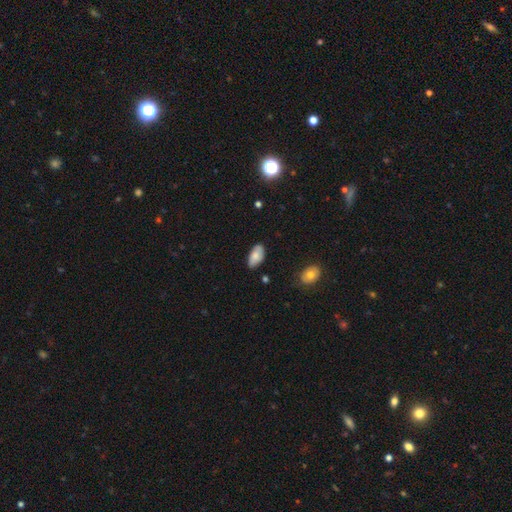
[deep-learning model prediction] Smooth or featured: smooth — 76% (featured or disk — 17%)
How rounded: in between — 95% (cigar-shaped — 3%)
Merging: none — 79% (minor disturbance — 17%)